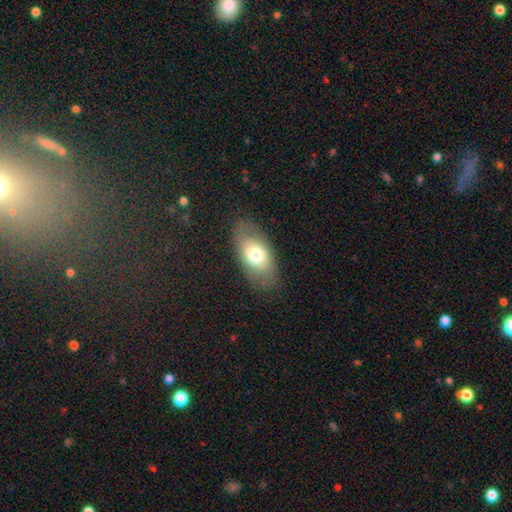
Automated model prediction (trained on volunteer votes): This appears to be a smooth galaxy with no disk features (59%) that is in between round and cigar-shaped (91%). Merging: none (85%).